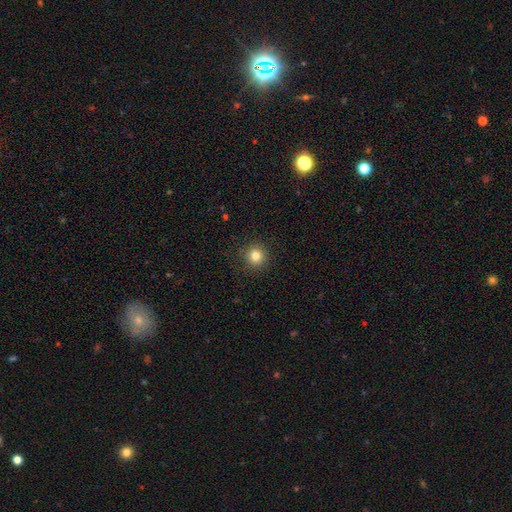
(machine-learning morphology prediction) A smooth galaxy with no disk features (82%) that is round (94%).

Vote fractions:
- Smooth or featured? smooth: 82% / star or artifact: 12% / featured or disk: 6%
- How rounded? round: 94% / in between: 5% / cigar-shaped: 1%
- Merging? none: 91% / minor disturbance: 6% / major disturbance: 2% / merger: 1%